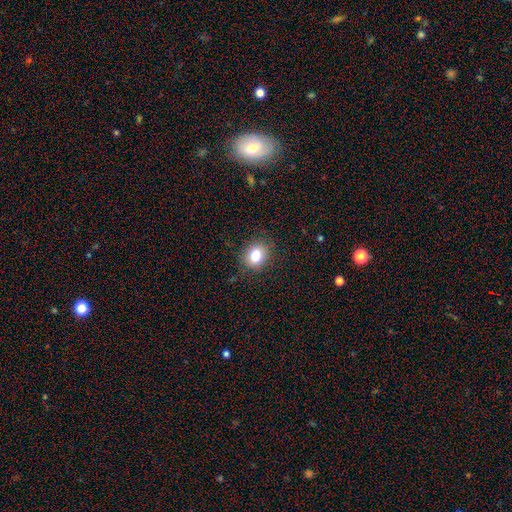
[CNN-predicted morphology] A smooth galaxy with no disk features (80%) that is round (57%).

Vote fractions:
- Smooth or featured? smooth: 80% / star or artifact: 11% / featured or disk: 9%
- How rounded? round: 57% / in between: 42% / cigar-shaped: 1%
- Merging? none: 86% / minor disturbance: 10% / major disturbance: 3% / merger: 1%